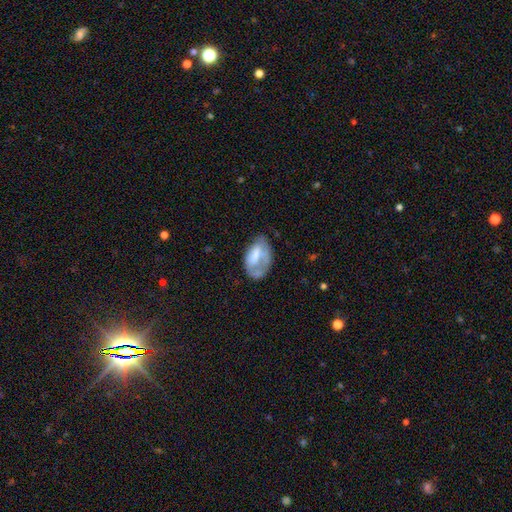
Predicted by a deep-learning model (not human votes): Overall: smooth (56%; featured or disk 37%). How rounded: in between (90%). Merging: none (38%; minor disturbance 31%).